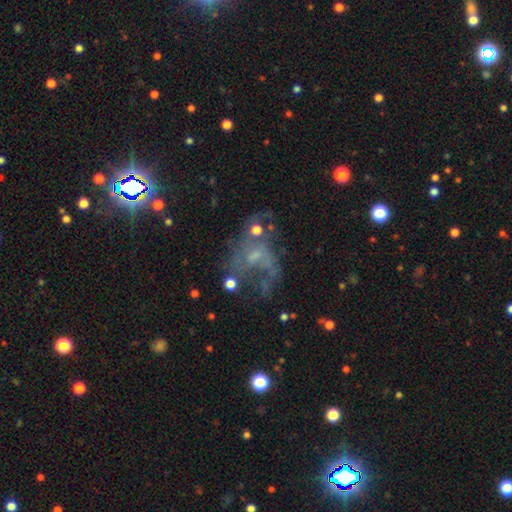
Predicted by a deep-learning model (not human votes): smooth-or-featured: featured or disk: 63% | star or artifact: 20% | smooth: 17%
  disk-edge-on: no: 97% | yes: 3%
    bar: no: 63% | weak: 30% | strong: 7%
    has-spiral-arms: yes: 56% | no: 44%
    bulge-size: small: 43% | none: 31% | moderate: 22% | large: 2% | dominant: 1%
  merging: major disturbance: 37% | none: 34% | minor disturbance: 16% | merger: 13%